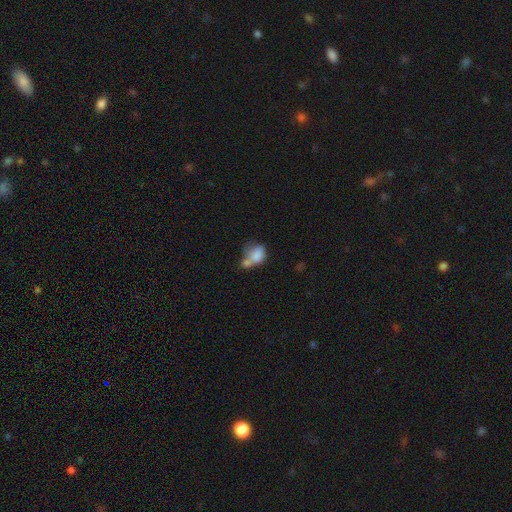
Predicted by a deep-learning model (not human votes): smooth_or_featured: smooth (p=0.76) [alt: featured or disk p=0.15]
how_rounded: in between (p=0.63) [alt: round p=0.35]
merging: merger (p=0.57) [alt: none p=0.19]